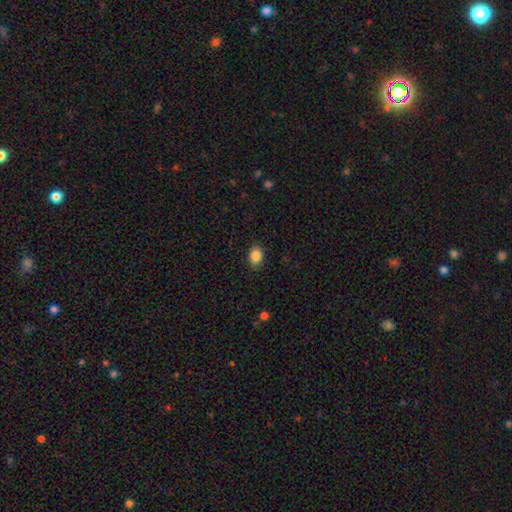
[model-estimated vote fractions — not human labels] Smooth or featured? smooth (87%)
How rounded? in between (67%)
Merging? none (88%)